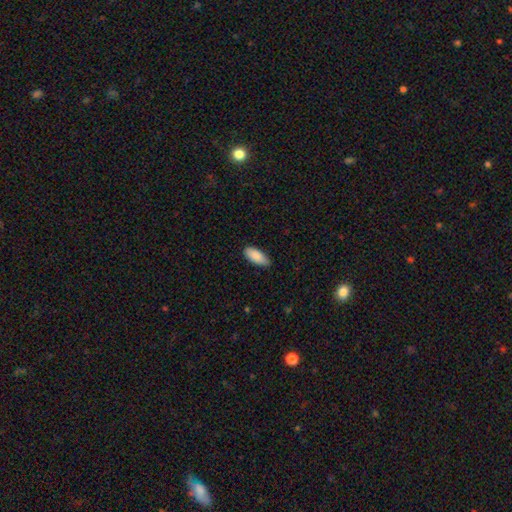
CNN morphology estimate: smooth-or-featured: smooth: 89% | star or artifact: 6% | featured or disk: 5%
  how-rounded: in between: 87% | cigar-shaped: 11% | round: 2%
  merging: none: 80% | minor disturbance: 17% | major disturbance: 2% | merger: 1%